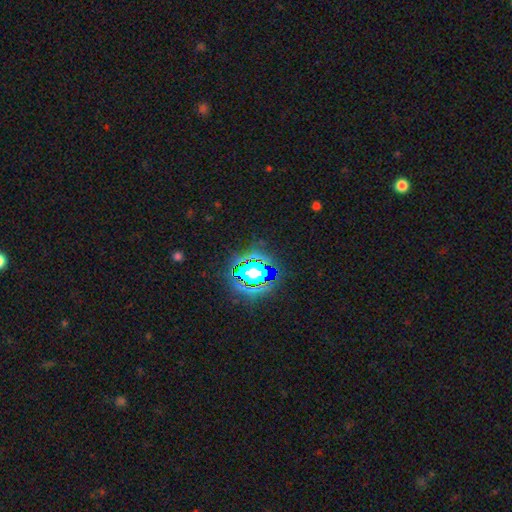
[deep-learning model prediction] This appears to be a star or artifact, not a galaxy (81%).